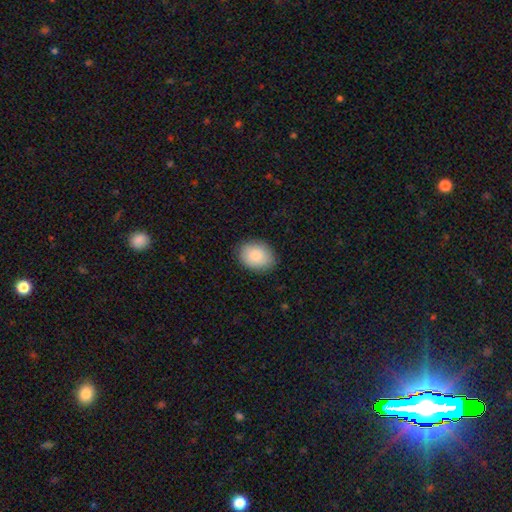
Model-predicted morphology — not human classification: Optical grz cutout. It shows a smooth galaxy with no disk features (85%) that is in between round and cigar-shaped (65%). Merging: none (86%).